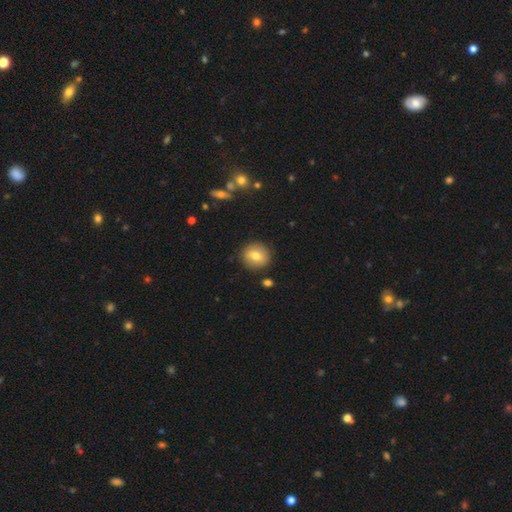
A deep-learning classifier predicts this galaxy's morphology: Smooth or featured? smooth (73%)
How rounded? round (89%)
Merging? none (88%)